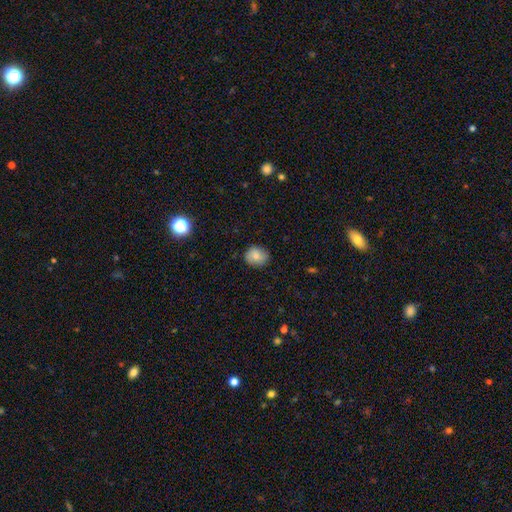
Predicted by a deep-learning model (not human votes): Smooth or featured? smooth (80%)
How rounded? round (68%)
Merging? none (82%)